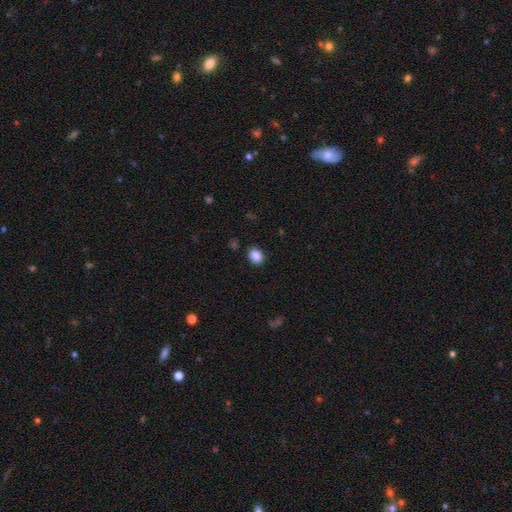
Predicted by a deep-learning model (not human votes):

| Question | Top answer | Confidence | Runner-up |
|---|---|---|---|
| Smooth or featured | smooth | 88% | star or artifact (9%) |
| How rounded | in between | 59% | round (40%) |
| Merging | none | 87% | minor disturbance (9%) |